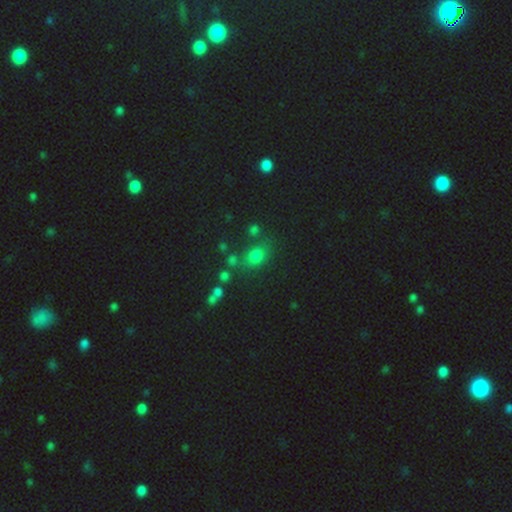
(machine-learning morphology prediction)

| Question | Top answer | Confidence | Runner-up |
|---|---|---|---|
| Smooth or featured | smooth | 68% | star or artifact (23%) |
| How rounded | round | 50% | in between (47%) |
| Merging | none | 67% | minor disturbance (15%) |